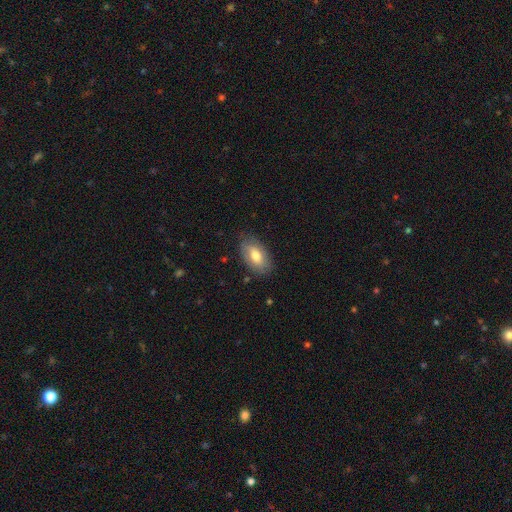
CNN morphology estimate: Smooth or featured?
  - smooth: 72% *
  - featured or disk: 22%
  - star or artifact: 6%
How rounded?
  - in between: 93% *
  - round: 4%
  - cigar-shaped: 3%
Merging?
  - none: 79% *
  - minor disturbance: 16%
  - major disturbance: 4%
  - merger: 1%